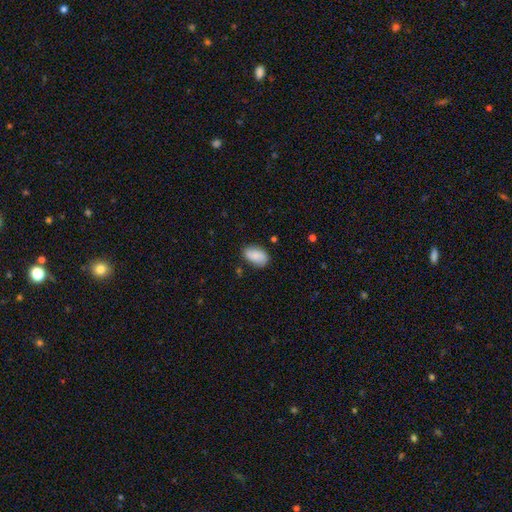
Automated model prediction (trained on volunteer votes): Smooth or featured?
  - smooth: 87% *
  - star or artifact: 7%
  - featured or disk: 6%
How rounded?
  - in between: 92% *
  - round: 6%
  - cigar-shaped: 2%
Merging?
  - none: 77% *
  - minor disturbance: 18%
  - major disturbance: 4%
  - merger: 2%